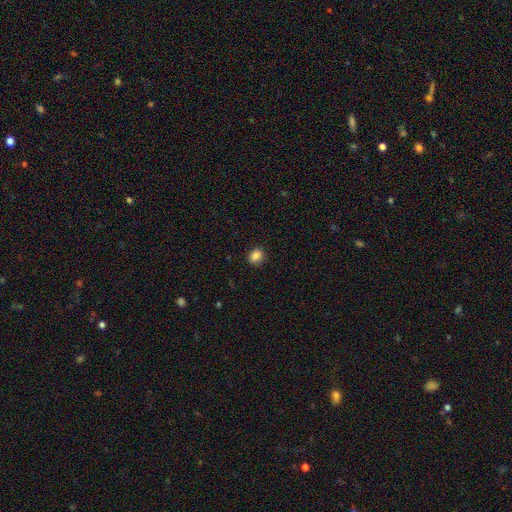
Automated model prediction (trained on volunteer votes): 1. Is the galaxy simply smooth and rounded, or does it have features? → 86% smooth, 10% star or artifact, 4% featured or disk.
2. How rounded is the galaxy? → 59% round, 40% in between, 1% cigar-shaped.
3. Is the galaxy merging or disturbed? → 89% none, 8% minor disturbance, 2% major disturbance, 1% merger.